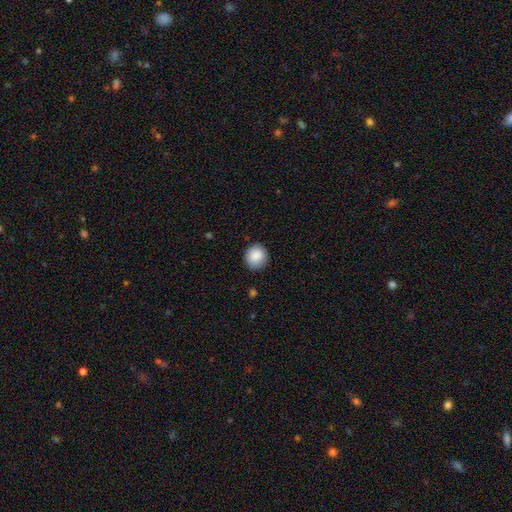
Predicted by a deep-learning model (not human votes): Morphology: type=smooth (88%); roundness=round (88%); merging=none (86%).